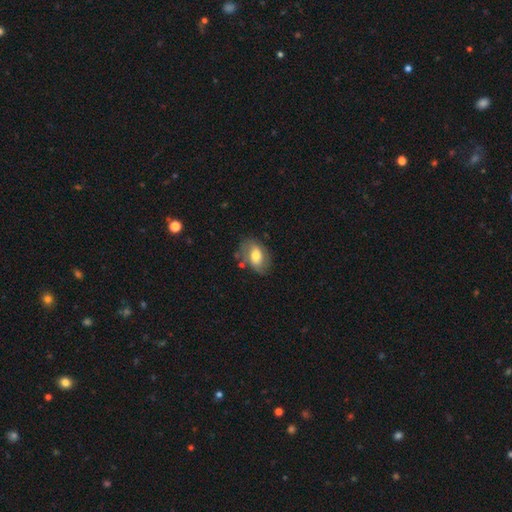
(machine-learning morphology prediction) The model was most divided on "smooth or featured": smooth: 58%, featured or disk: 35%, star or artifact: 7%. More confident: how rounded — in between (84%); merging — none (65%).